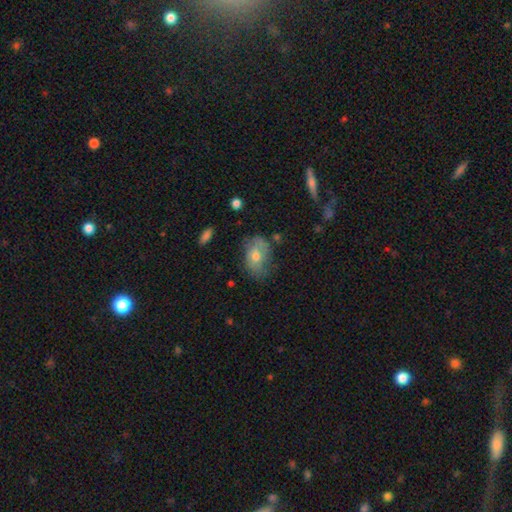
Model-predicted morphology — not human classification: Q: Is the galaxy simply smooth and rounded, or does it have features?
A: smooth — 59%.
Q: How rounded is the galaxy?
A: in between — 82%.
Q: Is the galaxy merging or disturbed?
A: none — 58%.